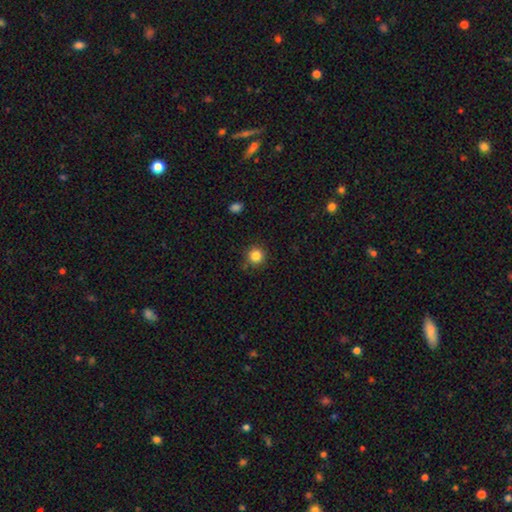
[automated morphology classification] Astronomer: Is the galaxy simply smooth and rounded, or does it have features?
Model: smooth — 84%.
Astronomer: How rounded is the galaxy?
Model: round — 94%.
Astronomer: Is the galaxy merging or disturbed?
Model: none — 87%.